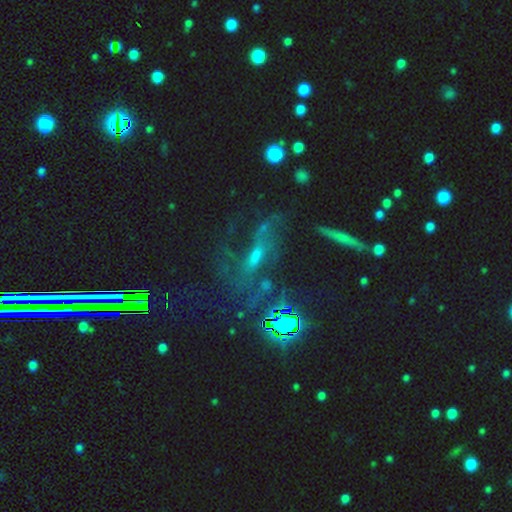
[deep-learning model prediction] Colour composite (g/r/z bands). It shows a featured or disk galaxy (55%). Merging: none (48%).